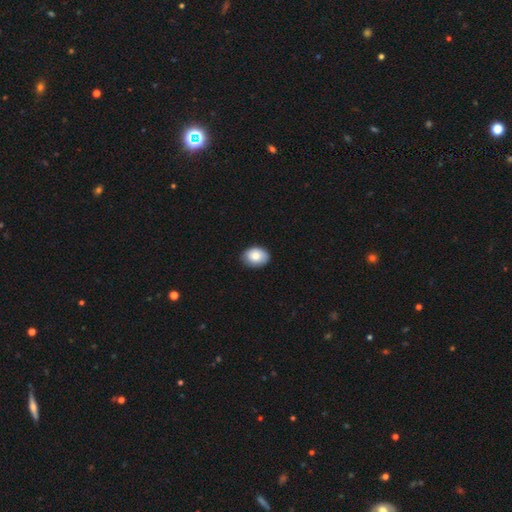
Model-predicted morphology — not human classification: This is clearly a smooth galaxy (83%). How rounded: likely in between (73%). Merging: clearly none (85%).